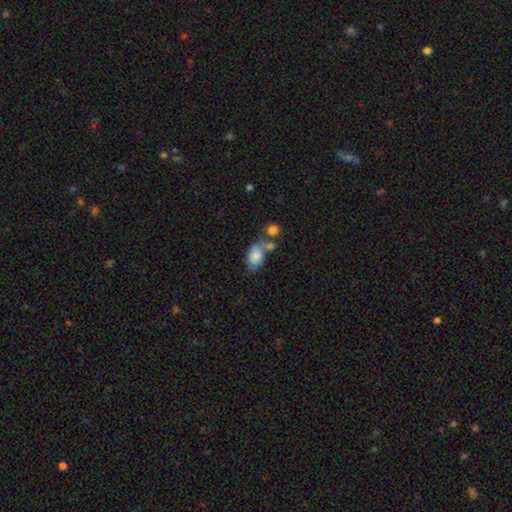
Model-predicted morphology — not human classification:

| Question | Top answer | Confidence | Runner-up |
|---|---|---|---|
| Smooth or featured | smooth | 80% | featured or disk (12%) |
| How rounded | in between | 87% | round (11%) |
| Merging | none | 42% | merger (30%) |